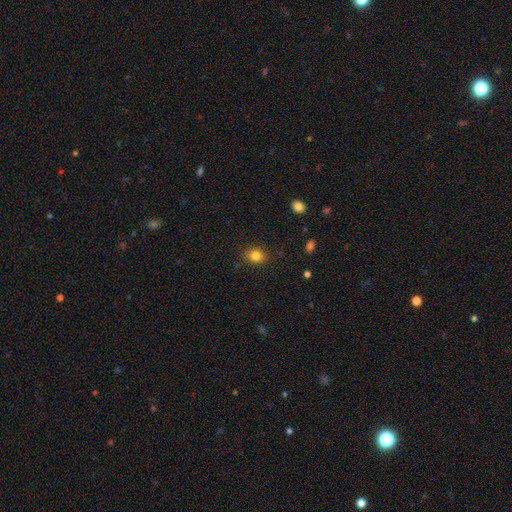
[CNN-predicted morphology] Smooth or featured: smooth — 82% (star or artifact — 11%)
How rounded: round — 58% (in between — 41%)
Merging: none — 86% (minor disturbance — 10%)